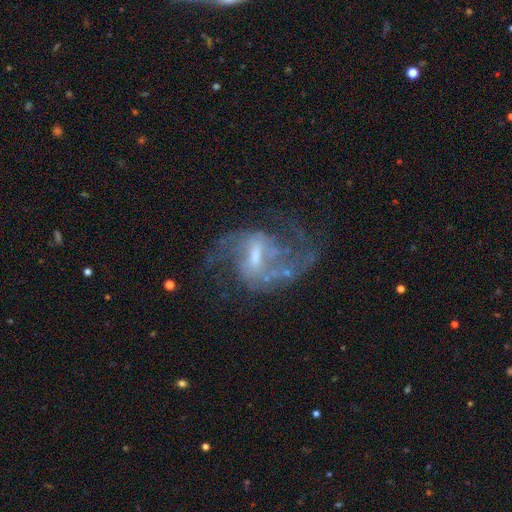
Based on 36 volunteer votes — This is clearly a featured or disk galaxy (89%). It is clearly not viewed edge-on (97%). Bar: possibly weak (48%). Spiral arm pattern: clearly yes (97%). Spiral arm count: clearly 2 (80%). Spiral winding: likely medium (77%). Central bulge: possibly moderate (52%). Merging: likely none (60%).